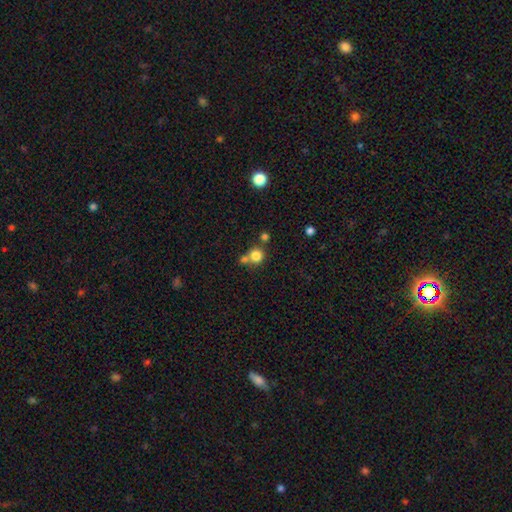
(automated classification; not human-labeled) smooth 81%, star or artifact 12%, featured or disk 7%. Down the decision tree: how rounded — round (90%); merging — none (57%).